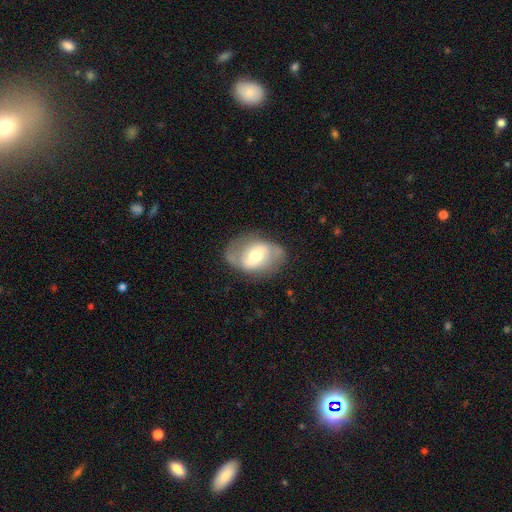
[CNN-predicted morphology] Smooth or featured? Predicted: featured or disk (p=0.65). Edge-on disk? Predicted: no (p=0.95). Bar? Predicted: weak (p=0.43). Spiral arms? Predicted: yes (p=0.72). Bulge size? Predicted: moderate (p=0.64). Merging? Predicted: none (p=0.70).